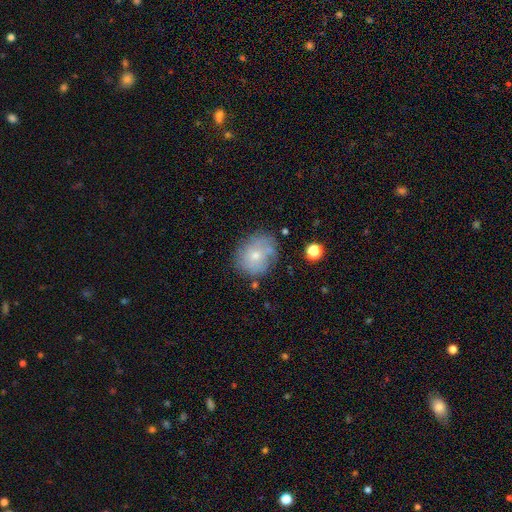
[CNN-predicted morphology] smooth-or-featured: smooth: 55% | featured or disk: 35% | star or artifact: 10%
  how-rounded: round: 67% | in between: 31% | cigar-shaped: 1%
  merging: none: 65% | minor disturbance: 23% | major disturbance: 8% | merger: 4%